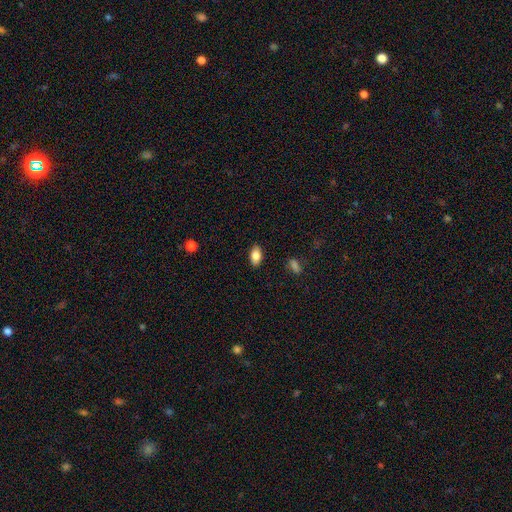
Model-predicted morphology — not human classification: Smooth or featured: smooth — 84% (featured or disk — 9%)
How rounded: in between — 91% (round — 5%)
Merging: none — 88% (minor disturbance — 9%)